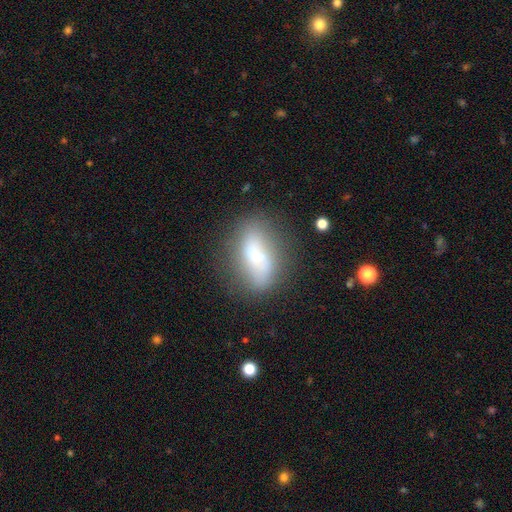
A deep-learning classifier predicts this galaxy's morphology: Smooth or featured? smooth (55%)
How rounded? in between (79%)
Merging? none (59%)